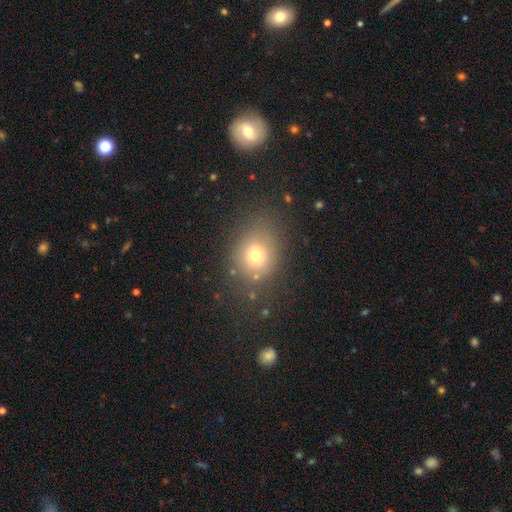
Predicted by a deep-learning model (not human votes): A smooth galaxy with no disk features (70%) that is round (55%).

Vote fractions:
- Smooth or featured? smooth: 70% / star or artifact: 17% / featured or disk: 13%
- How rounded? round: 55% / in between: 44% / cigar-shaped: 1%
- Merging? none: 72% / minor disturbance: 16% / major disturbance: 8% / merger: 3%